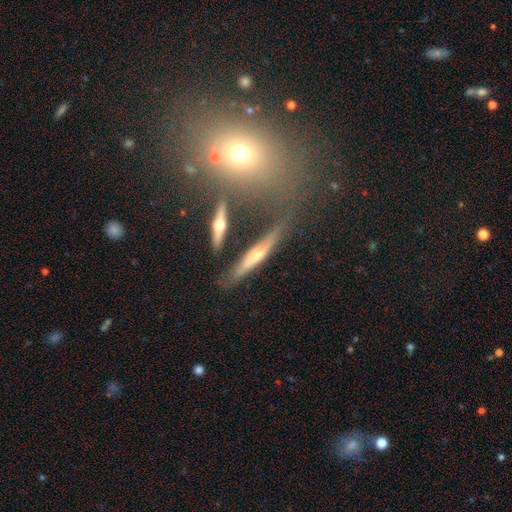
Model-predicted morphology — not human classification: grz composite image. It shows a featured or disk galaxy (57%) viewed edge-on (87%). Merging: none (65%).